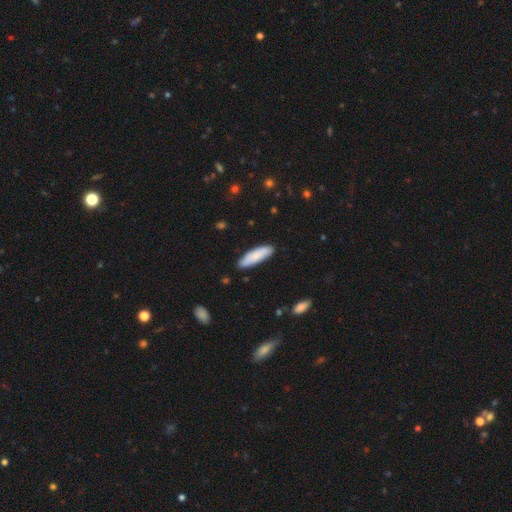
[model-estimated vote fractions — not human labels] This is clearly a smooth galaxy (83%). How rounded: possibly cigar-shaped (53%). Merging: clearly none (86%).